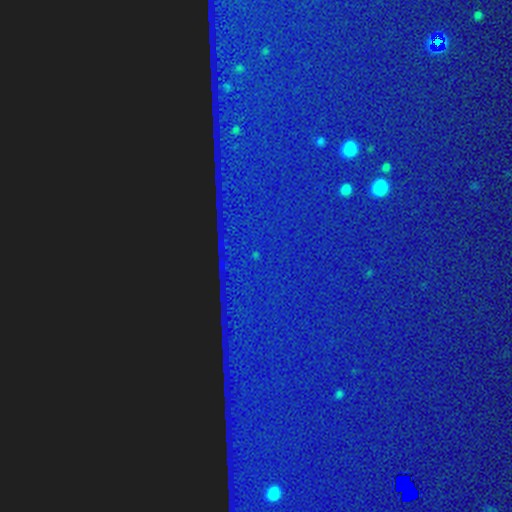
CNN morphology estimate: Smooth or featured? Predicted: star or artifact (p=0.86).